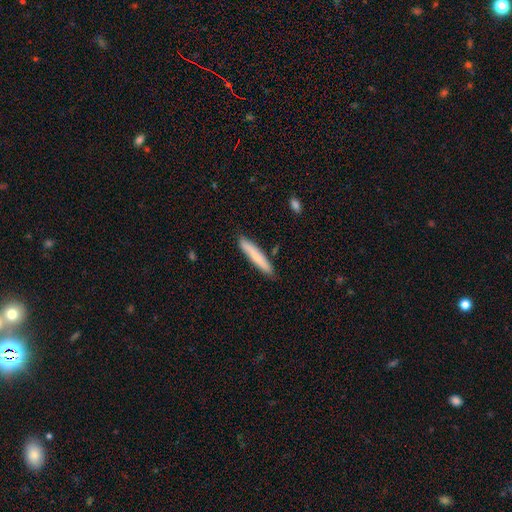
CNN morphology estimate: smooth 77%, featured or disk 17%, star or artifact 6%. Down the decision tree: how rounded — cigar-shaped (93%); merging — none (87%).